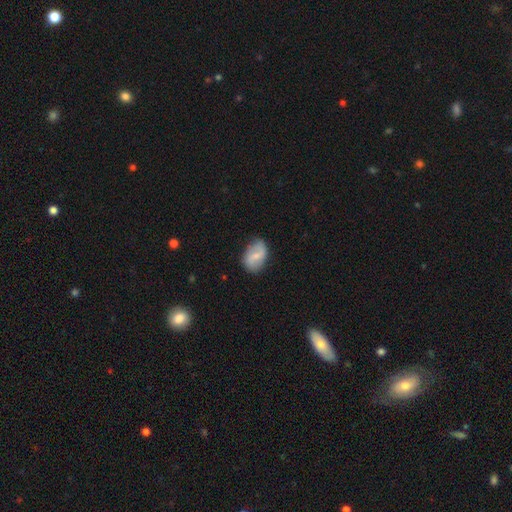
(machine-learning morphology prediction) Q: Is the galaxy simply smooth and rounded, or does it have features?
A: smooth — 47%.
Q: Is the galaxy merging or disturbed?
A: none — 75%.